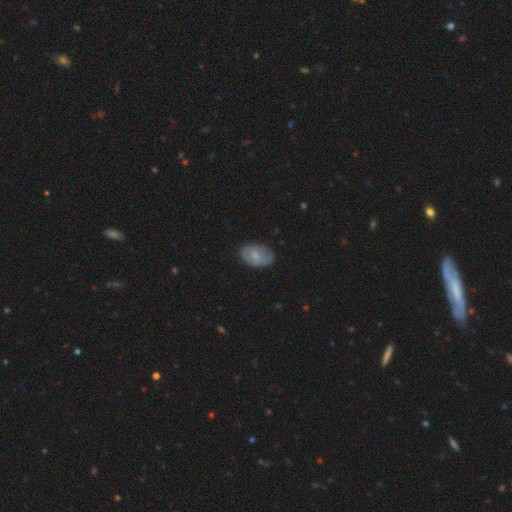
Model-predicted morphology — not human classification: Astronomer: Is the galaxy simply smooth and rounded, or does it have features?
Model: smooth — 67%.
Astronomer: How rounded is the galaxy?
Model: in between — 88%.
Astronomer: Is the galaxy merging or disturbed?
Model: none — 73%.